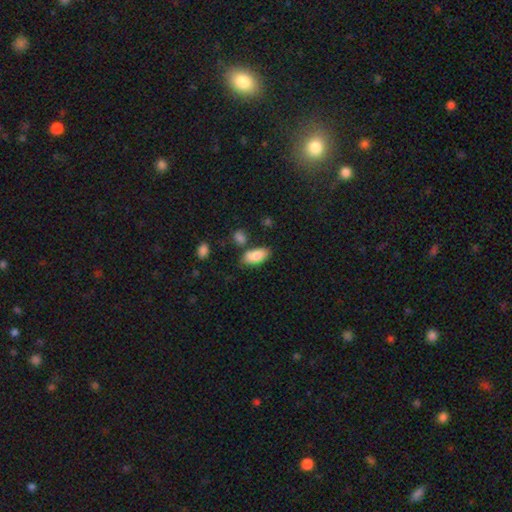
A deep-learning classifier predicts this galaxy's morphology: Overall: smooth (86%). How rounded: in between (89%). Merging: none (68%).